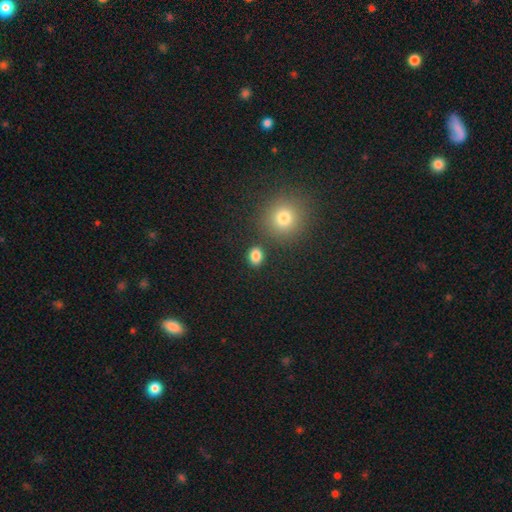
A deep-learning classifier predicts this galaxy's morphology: Overall: smooth (84%). How rounded: in between (53%; round 46%). Merging: none (81%).